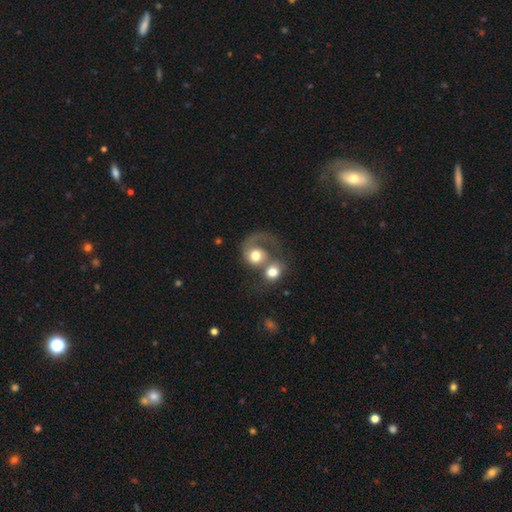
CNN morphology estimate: This is possibly a smooth galaxy (46%, tied with featured or disk). Merging: likely merger (60%).